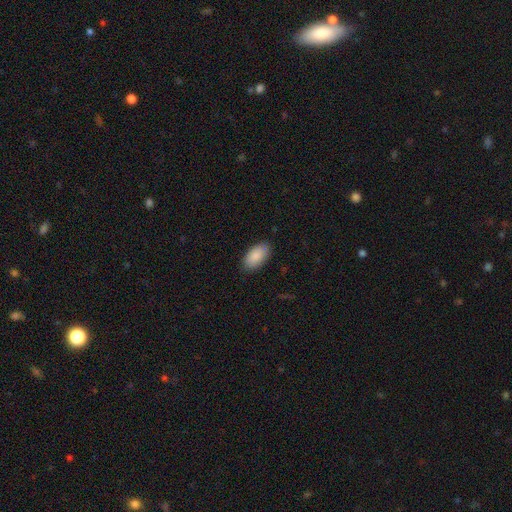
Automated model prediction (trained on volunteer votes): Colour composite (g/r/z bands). It shows a smooth galaxy with no disk features (88%) that is in between round and cigar-shaped (95%). Merging: none (86%).